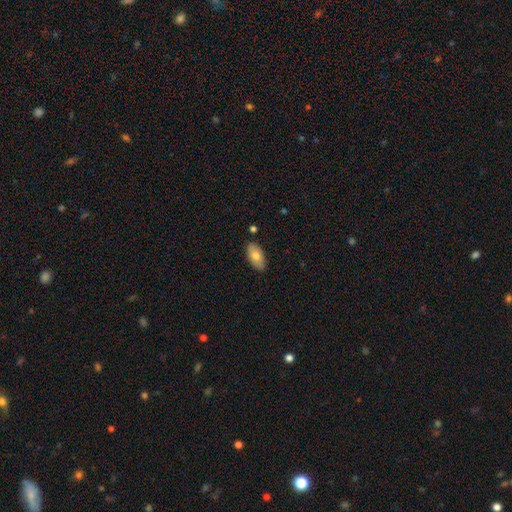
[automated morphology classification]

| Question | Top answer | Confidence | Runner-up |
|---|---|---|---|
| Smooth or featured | smooth | 76% | featured or disk (17%) |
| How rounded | in between | 93% | cigar-shaped (4%) |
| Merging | none | 87% | minor disturbance (10%) |